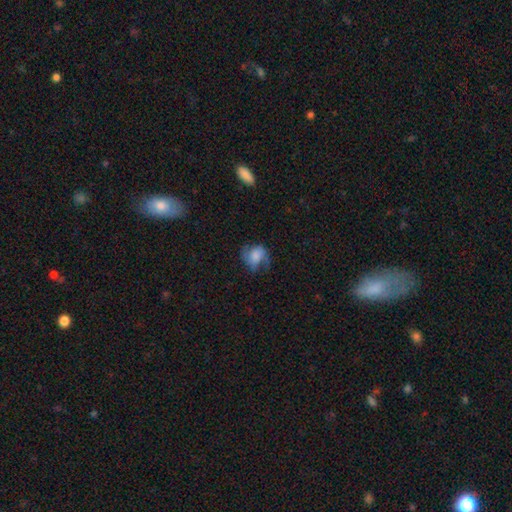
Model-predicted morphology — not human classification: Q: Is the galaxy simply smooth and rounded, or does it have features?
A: smooth — 58%.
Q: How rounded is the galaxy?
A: in between — 50%.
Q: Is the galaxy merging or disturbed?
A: none — 45%.